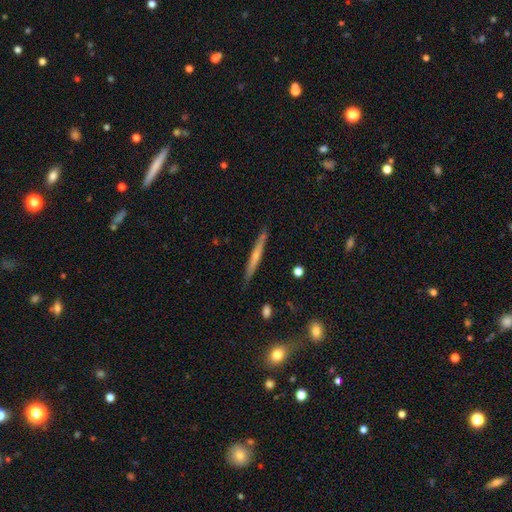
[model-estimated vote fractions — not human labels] Smooth or featured? smooth (47%)
Merging? none (88%)